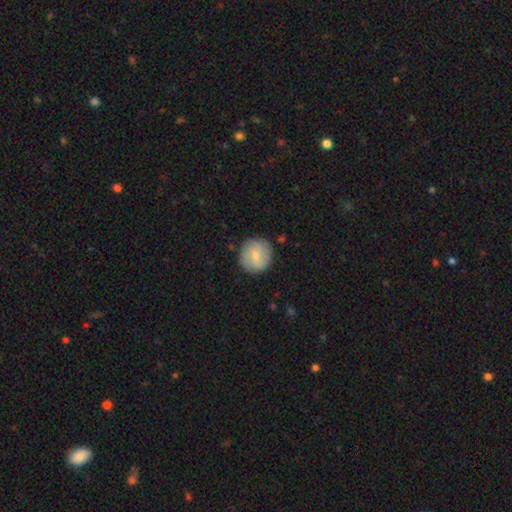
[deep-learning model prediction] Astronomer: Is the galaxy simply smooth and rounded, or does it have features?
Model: smooth — 69%.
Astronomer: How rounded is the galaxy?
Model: round — 93%.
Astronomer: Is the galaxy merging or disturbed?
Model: none — 85%.